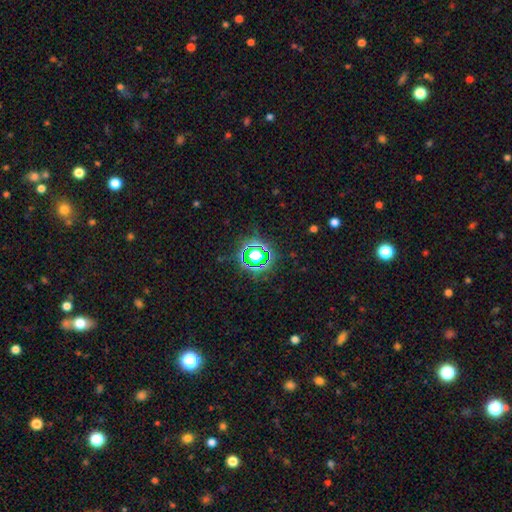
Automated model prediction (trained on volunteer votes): This appears to be a star or artifact, not a galaxy (62%).